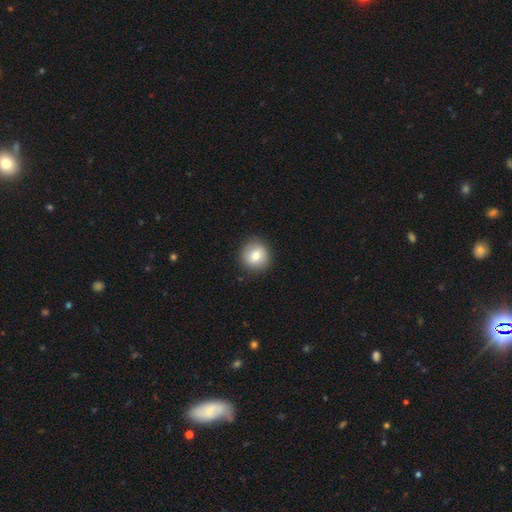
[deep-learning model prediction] A smooth galaxy with no disk features (77%) that is round (90%).

Vote fractions:
- Smooth or featured? smooth: 77% / featured or disk: 15% / star or artifact: 9%
- How rounded? round: 90% / in between: 9% / cigar-shaped: 1%
- Merging? none: 89% / minor disturbance: 8% / major disturbance: 2% / merger: 1%